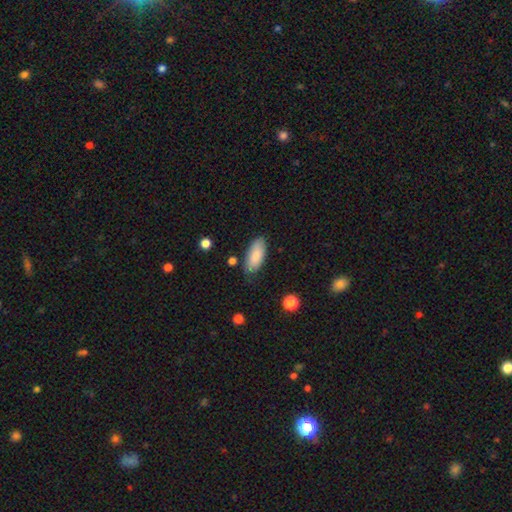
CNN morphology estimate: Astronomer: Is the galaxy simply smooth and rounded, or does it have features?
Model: smooth — 87%.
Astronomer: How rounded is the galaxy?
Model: in between — 85%.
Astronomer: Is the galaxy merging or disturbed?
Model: none — 77%.